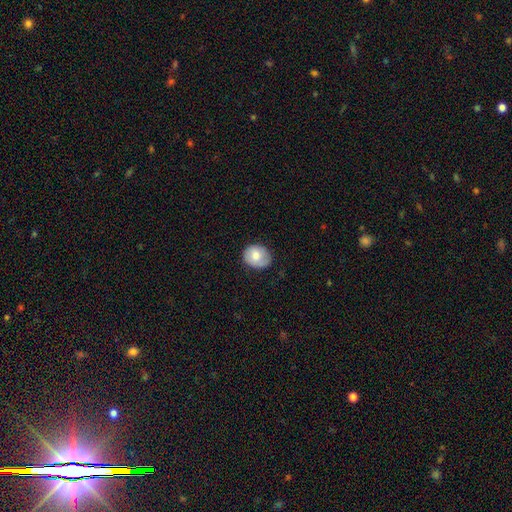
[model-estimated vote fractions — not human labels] A smooth galaxy with no disk features (76%) that is round (62%).

Vote fractions:
- Smooth or featured? smooth: 76% / featured or disk: 16% / star or artifact: 7%
- How rounded? round: 62% / in between: 37% / cigar-shaped: 1%
- Merging? none: 76% / minor disturbance: 19% / major disturbance: 4% / merger: 1%